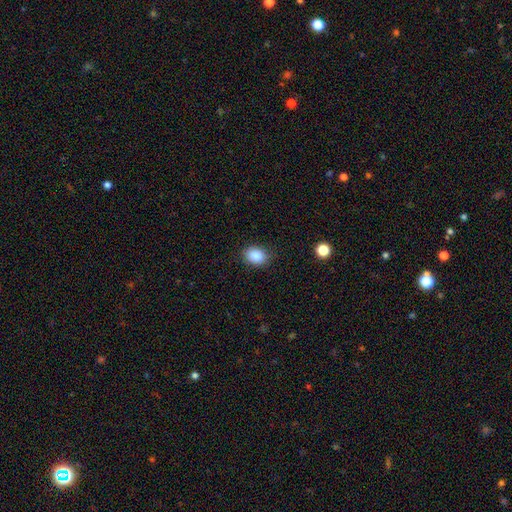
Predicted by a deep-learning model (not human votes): This is clearly a smooth galaxy (88%). How rounded: likely in between (62%). Merging: clearly none (86%).